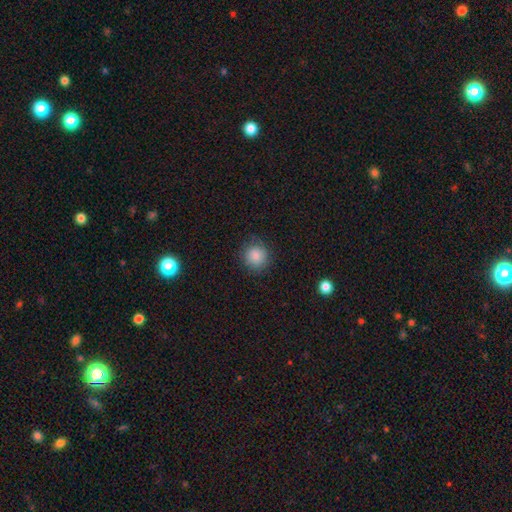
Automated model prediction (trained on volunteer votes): Overall: smooth (85%). How rounded: round (90%). Merging: none (84%).